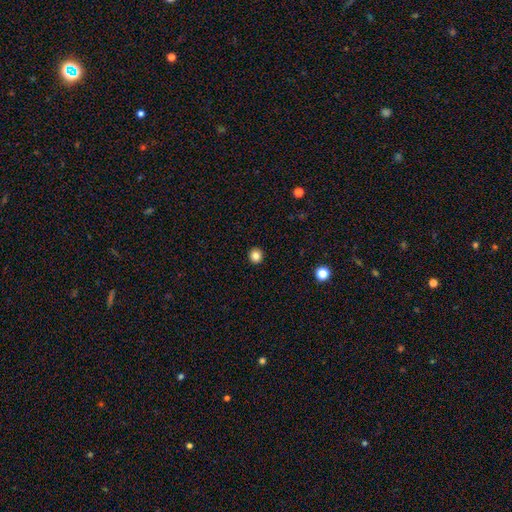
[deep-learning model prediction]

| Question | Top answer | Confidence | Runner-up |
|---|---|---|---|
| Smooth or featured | smooth | 84% | star or artifact (11%) |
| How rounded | round | 91% | in between (8%) |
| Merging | none | 93% | minor disturbance (5%) |